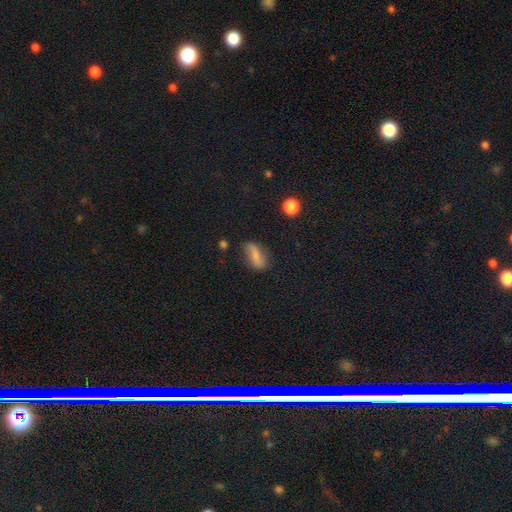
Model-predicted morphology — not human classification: A smooth galaxy with no disk features (57%) that is in between round and cigar-shaped (71%). Merging: none (69%).